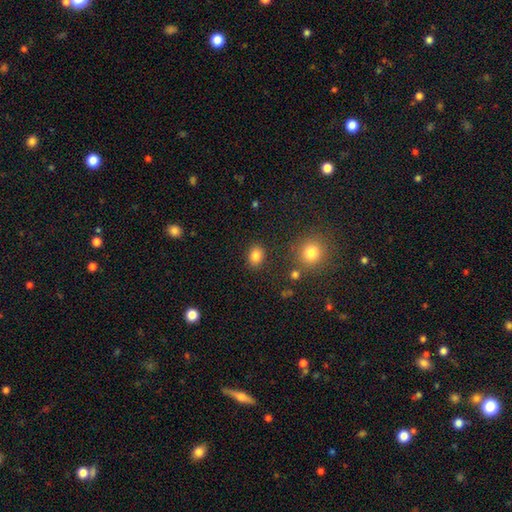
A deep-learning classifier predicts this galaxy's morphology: Smooth or featured? smooth (83%)
How rounded? in between (61%)
Merging? none (86%)